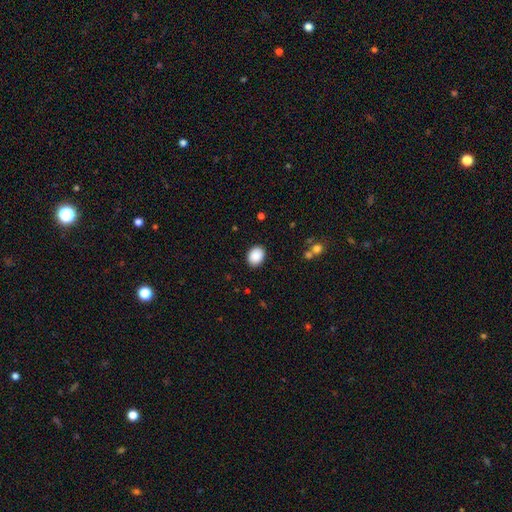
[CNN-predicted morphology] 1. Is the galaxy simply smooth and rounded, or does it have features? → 90% smooth, 7% star or artifact, 3% featured or disk.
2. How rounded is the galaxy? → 59% in between, 40% round, 1% cigar-shaped.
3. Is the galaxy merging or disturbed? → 90% none, 7% minor disturbance, 2% major disturbance, 1% merger.